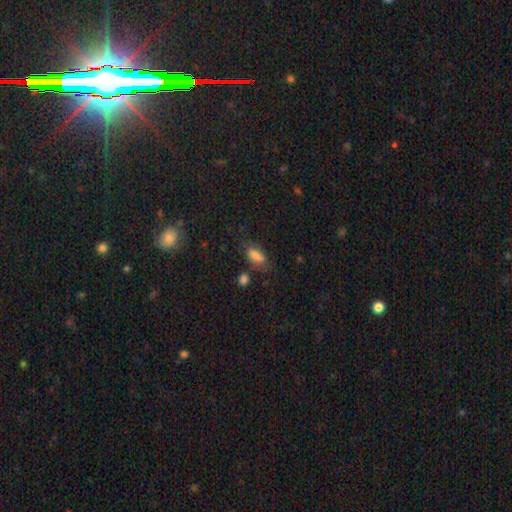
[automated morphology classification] Smooth or featured?
  - smooth: 75% *
  - featured or disk: 15%
  - star or artifact: 10%
How rounded?
  - in between: 88% *
  - cigar-shaped: 7%
  - round: 5%
Merging?
  - none: 60% *
  - minor disturbance: 24%
  - major disturbance: 10%
  - merger: 6%